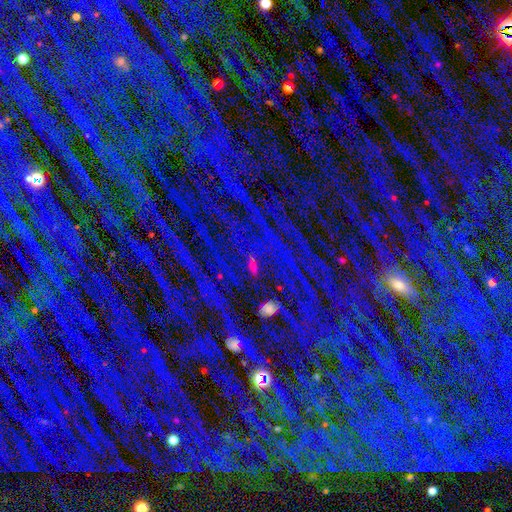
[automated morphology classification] Smooth or featured?
  - star or artifact: 80% *
  - smooth: 11%
  - featured or disk: 8%